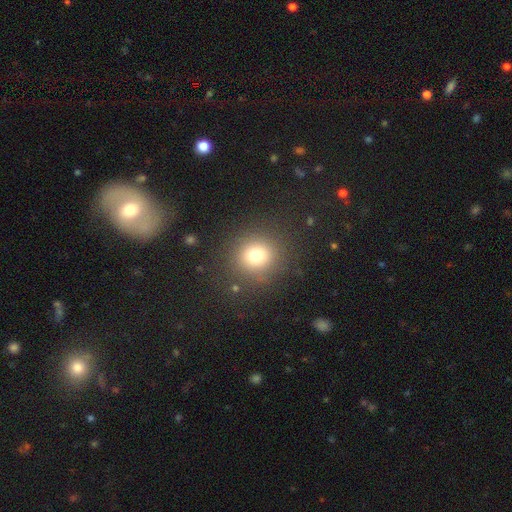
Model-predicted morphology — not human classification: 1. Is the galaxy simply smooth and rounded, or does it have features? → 76% smooth, 15% star or artifact, 8% featured or disk.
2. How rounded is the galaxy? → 89% round, 10% in between, 1% cigar-shaped.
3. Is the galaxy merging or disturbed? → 87% none, 8% minor disturbance, 4% major disturbance, 2% merger.